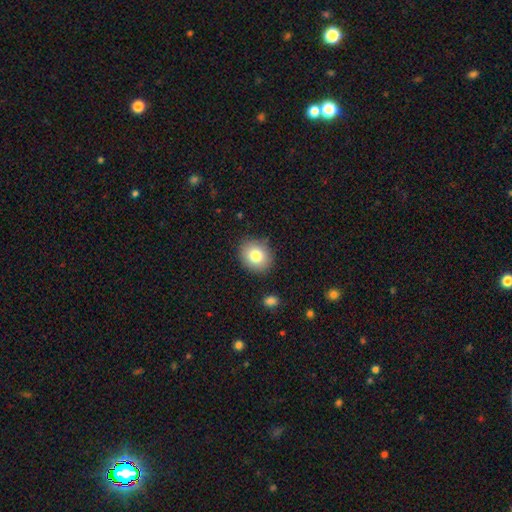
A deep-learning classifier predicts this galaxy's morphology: type=smooth (79%); roundness=round (71%); merging=none (86%).